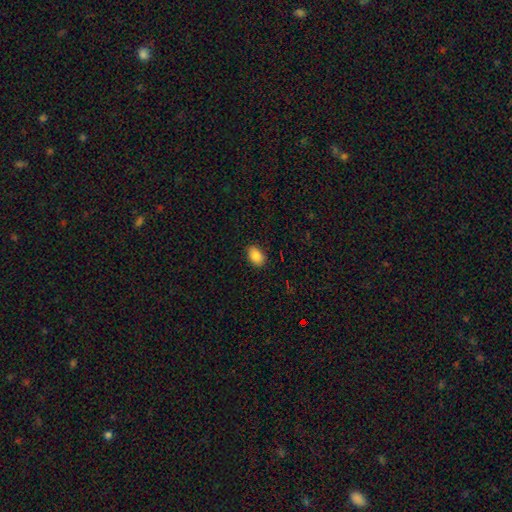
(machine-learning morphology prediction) The model was most divided on "merging": none: 86%, minor disturbance: 11%, major disturbance: 2%, merger: 1%. More confident: smooth or featured — smooth (87%); how rounded — in between (87%).